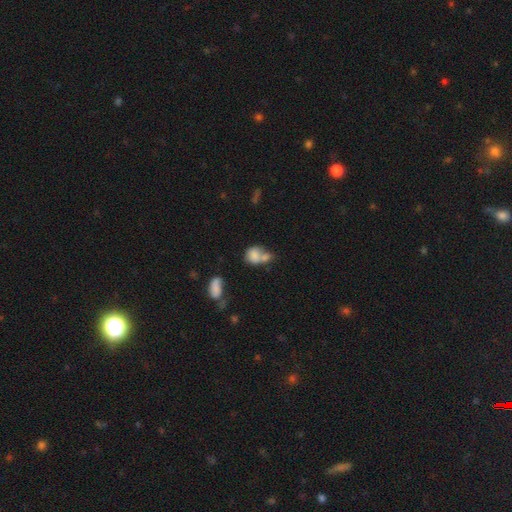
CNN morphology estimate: This appears to be a smooth galaxy with no disk features (76%) that is in between round and cigar-shaped (55%). Merging: merger (59%).